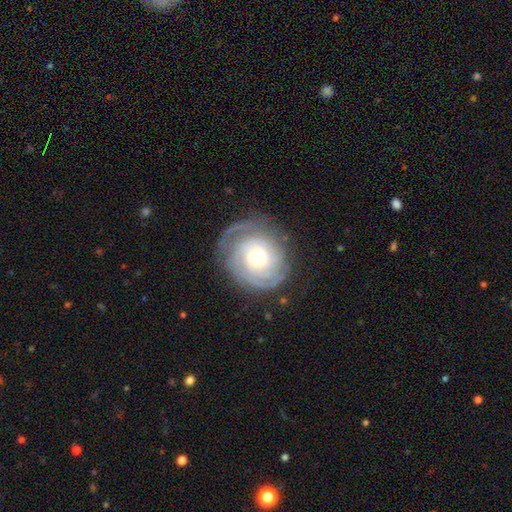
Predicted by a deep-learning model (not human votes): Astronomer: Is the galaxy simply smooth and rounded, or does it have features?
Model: featured or disk — 78%.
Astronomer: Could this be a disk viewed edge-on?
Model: no — 97%.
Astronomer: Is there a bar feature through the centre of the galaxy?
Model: no — 77%.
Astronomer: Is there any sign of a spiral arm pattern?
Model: yes — 92%.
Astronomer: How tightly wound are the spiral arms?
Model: tight — 75%.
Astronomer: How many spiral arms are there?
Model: can't tell — 38% (runner-up: 2, 21%).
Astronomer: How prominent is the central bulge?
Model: moderate — 63%.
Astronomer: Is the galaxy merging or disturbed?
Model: none — 75%.